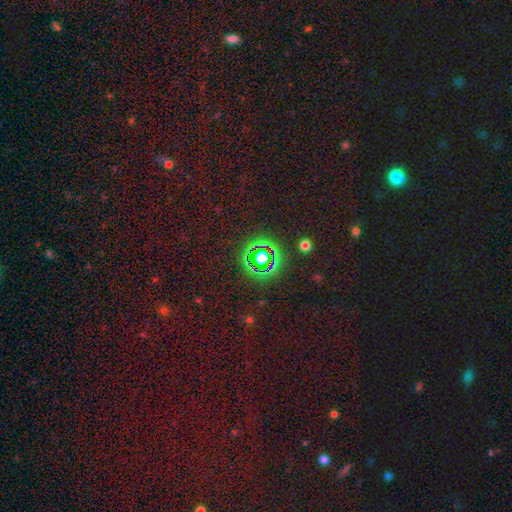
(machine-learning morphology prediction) Smooth or featured: star or artifact — 72% (smooth — 18%)